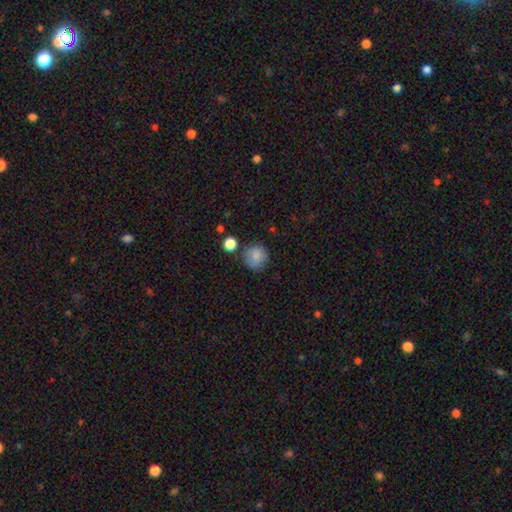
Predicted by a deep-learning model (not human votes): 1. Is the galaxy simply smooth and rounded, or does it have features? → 84% smooth, 10% star or artifact, 6% featured or disk.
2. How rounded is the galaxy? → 88% round, 11% in between, 1% cigar-shaped.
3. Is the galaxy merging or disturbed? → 71% none, 17% minor disturbance, 6% merger, 5% major disturbance.